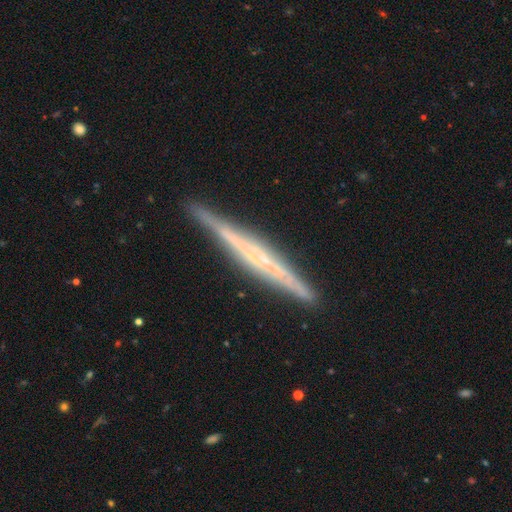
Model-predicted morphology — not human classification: Smooth or featured? Predicted: featured or disk (p=0.78). Edge-on disk? Predicted: yes (p=0.98). Edge-on bulge? Predicted: none (p=0.46). Merging? Predicted: none (p=0.88).